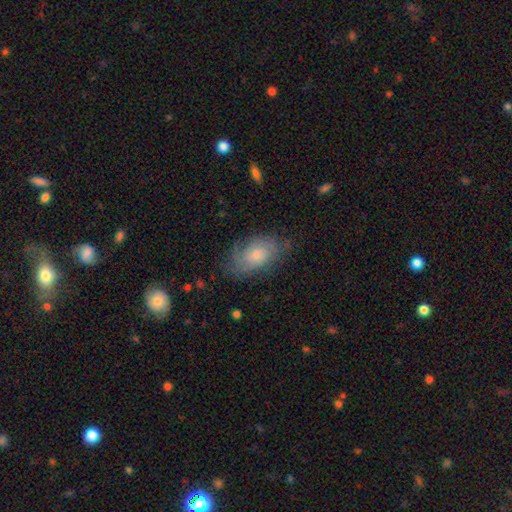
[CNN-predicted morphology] This appears to be a featured or disk galaxy (49%). Merging: none (66%).